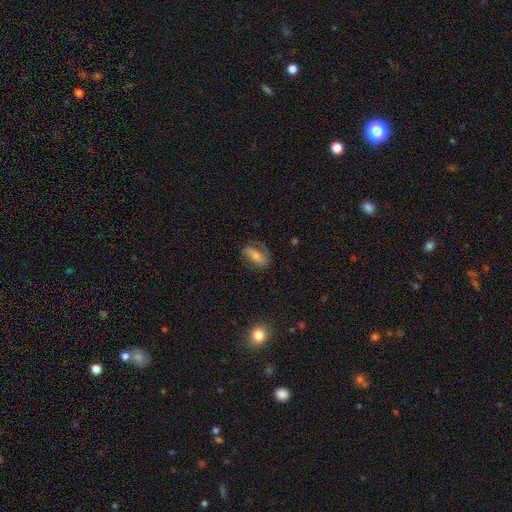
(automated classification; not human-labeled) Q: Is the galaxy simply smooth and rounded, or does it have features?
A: smooth — 57%.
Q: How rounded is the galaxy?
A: in between — 81%.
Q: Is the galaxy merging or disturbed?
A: none — 64%.